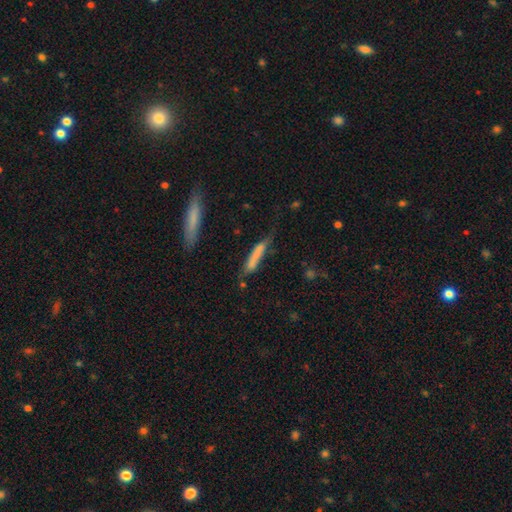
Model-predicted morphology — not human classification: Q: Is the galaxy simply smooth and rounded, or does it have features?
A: smooth — 72%.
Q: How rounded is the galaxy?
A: cigar-shaped — 90%.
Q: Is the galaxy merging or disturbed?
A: none — 56%.